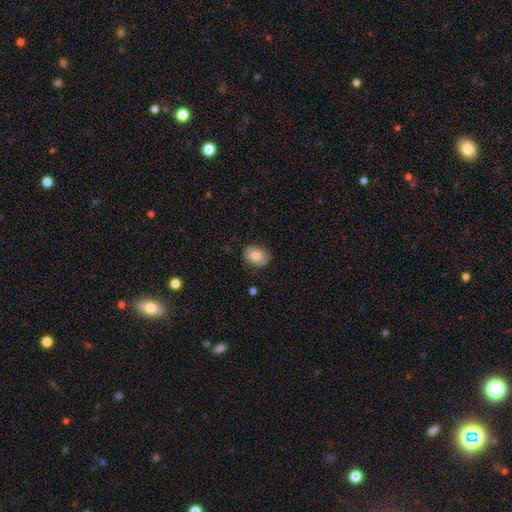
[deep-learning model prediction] Overall: smooth (77%). How rounded: in between (65%; round 34%). Merging: none (81%).